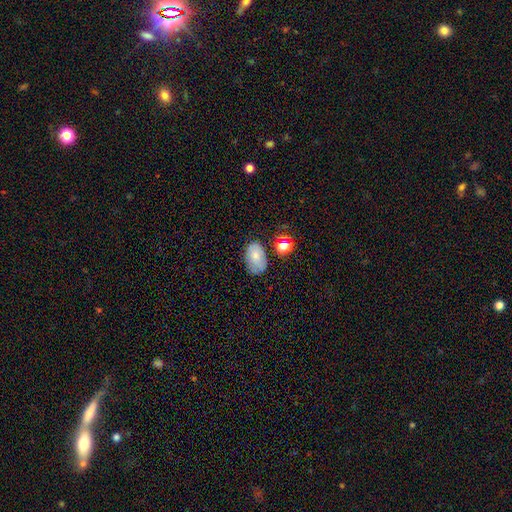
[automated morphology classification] Overall: smooth (67%). How rounded: in between (88%). Merging: none (65%).